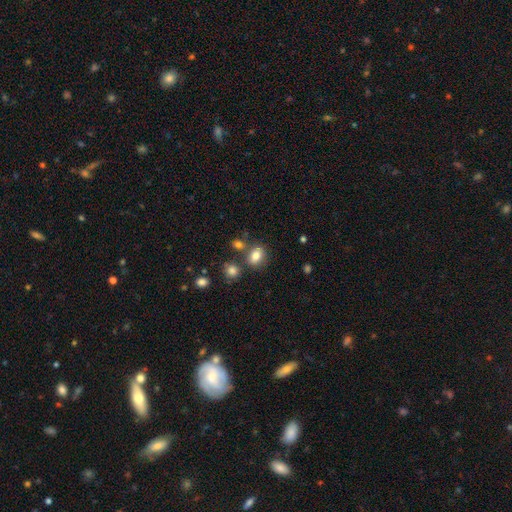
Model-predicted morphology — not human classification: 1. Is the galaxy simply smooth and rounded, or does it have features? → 81% smooth, 11% star or artifact, 8% featured or disk.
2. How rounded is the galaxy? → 70% in between, 28% round, 2% cigar-shaped.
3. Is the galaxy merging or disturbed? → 69% none, 13% merger, 13% minor disturbance, 4% major disturbance.